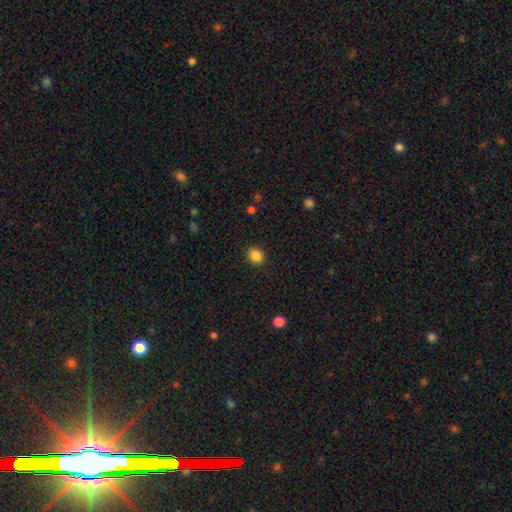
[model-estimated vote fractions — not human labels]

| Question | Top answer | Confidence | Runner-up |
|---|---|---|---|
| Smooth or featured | smooth | 86% | star or artifact (10%) |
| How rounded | round | 72% | in between (27%) |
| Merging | none | 90% | minor disturbance (6%) |